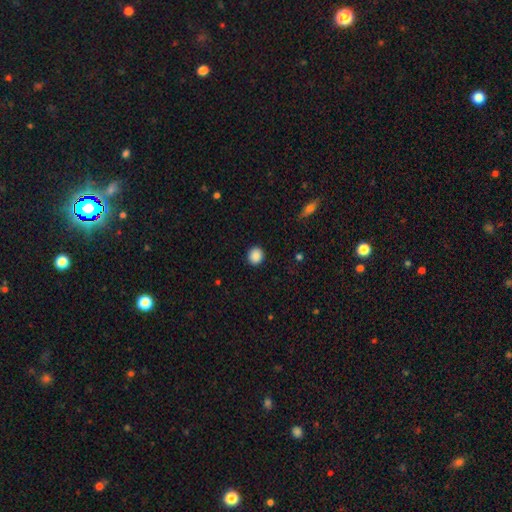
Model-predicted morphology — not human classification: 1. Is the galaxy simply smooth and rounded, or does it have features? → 89% smooth, 8% star or artifact, 3% featured or disk.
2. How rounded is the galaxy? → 86% round, 13% in between, 1% cigar-shaped.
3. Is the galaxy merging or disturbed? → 91% none, 6% minor disturbance, 2% major disturbance, 1% merger.